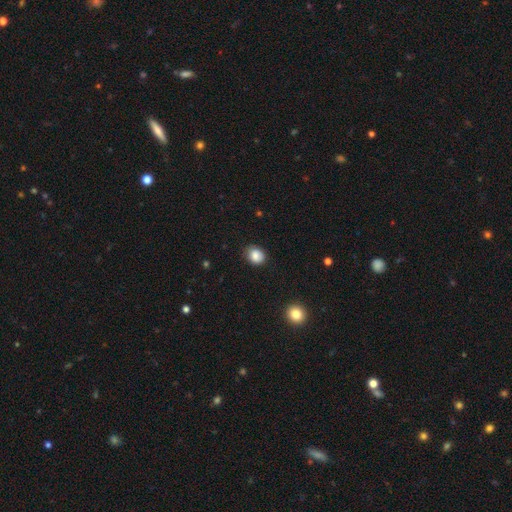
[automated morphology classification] Smooth or featured? smooth (85%)
How rounded? round (61%)
Merging? none (80%)